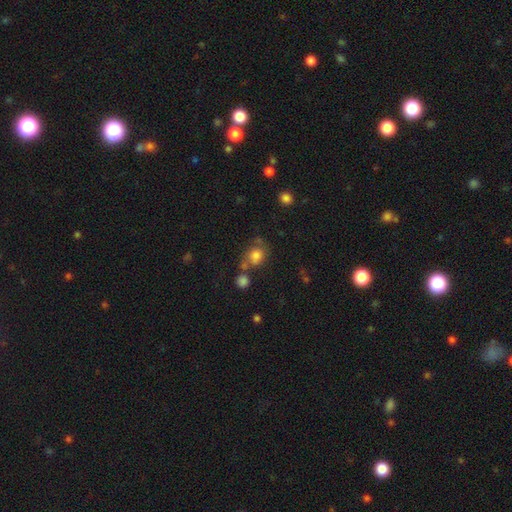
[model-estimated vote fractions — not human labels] Morphology: type=smooth (76%); roundness=round (72%); merging=none (50%).